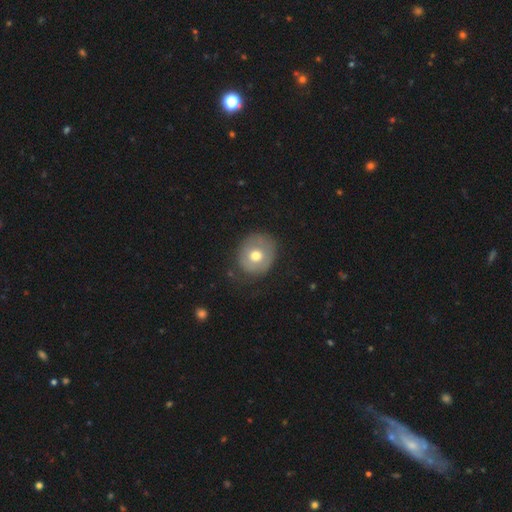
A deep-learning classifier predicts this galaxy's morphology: The model was most divided on "smooth or featured": smooth: 59%, featured or disk: 34%, star or artifact: 7%. More confident: how rounded — round (76%); merging — none (71%).